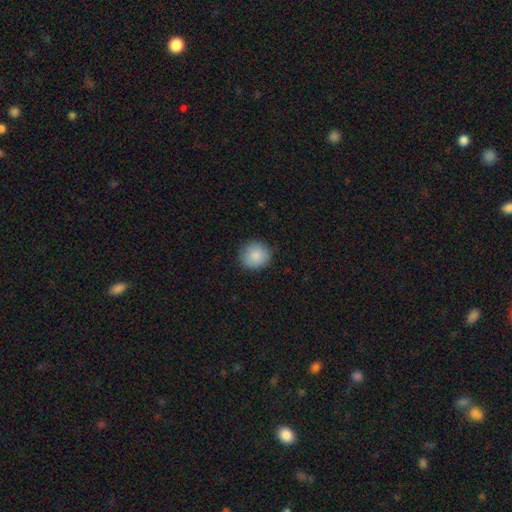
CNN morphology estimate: smooth 87%, star or artifact 7%, featured or disk 6%. Down the decision tree: how rounded — round (89%); merging — none (86%).